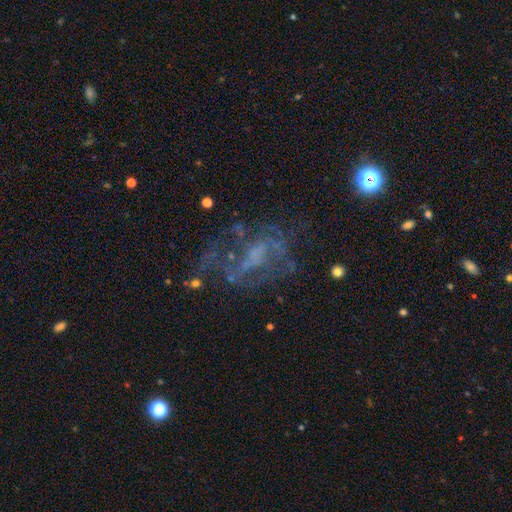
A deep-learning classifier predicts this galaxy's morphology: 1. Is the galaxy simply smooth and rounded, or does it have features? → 64% featured or disk, 20% star or artifact, 16% smooth.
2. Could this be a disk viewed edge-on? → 96% no, 4% yes.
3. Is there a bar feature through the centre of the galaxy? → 62% no, 28% weak, 9% strong.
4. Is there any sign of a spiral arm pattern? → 56% no, 44% yes.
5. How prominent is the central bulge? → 56% none, 25% small, 15% moderate, 3% large, 1% dominant.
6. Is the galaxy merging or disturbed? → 49% none, 30% major disturbance, 17% minor disturbance, 5% merger.